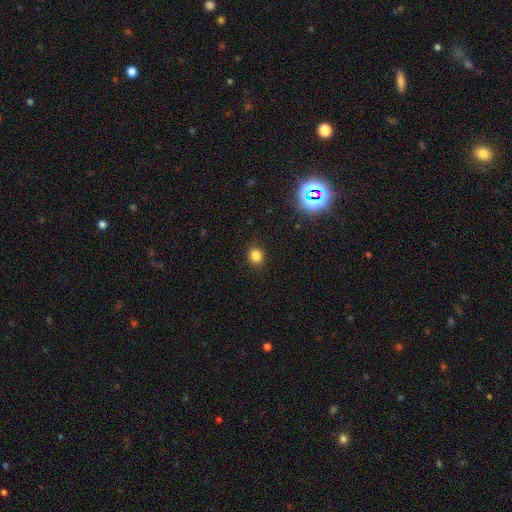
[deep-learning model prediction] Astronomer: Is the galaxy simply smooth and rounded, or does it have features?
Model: smooth — 82%.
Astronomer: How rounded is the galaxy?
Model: round — 75%.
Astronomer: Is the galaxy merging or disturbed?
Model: none — 90%.